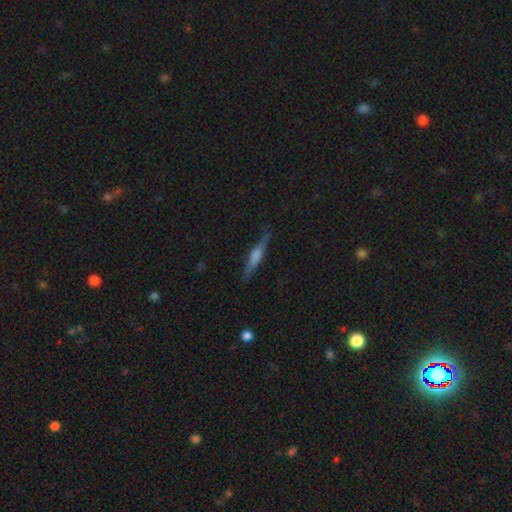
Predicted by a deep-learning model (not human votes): Smooth or featured? Predicted: featured or disk (p=0.66). Edge-on disk? Predicted: yes (p=0.96). Edge-on bulge? Predicted: rounded (p=0.55). Merging? Predicted: none (p=0.85).